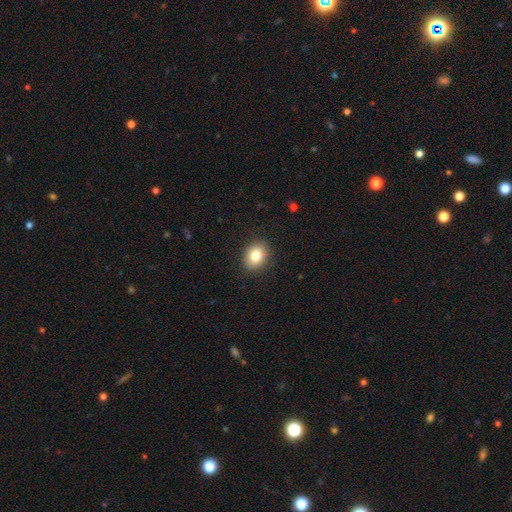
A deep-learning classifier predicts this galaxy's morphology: A smooth galaxy with no disk features (82%) that is in between round and cigar-shaped (50%).

Vote fractions:
- Smooth or featured? smooth: 82% / star or artifact: 10% / featured or disk: 8%
- How rounded? in between: 50% / round: 49% / cigar-shaped: 1%
- Merging? none: 90% / minor disturbance: 7% / major disturbance: 2% / merger: 1%